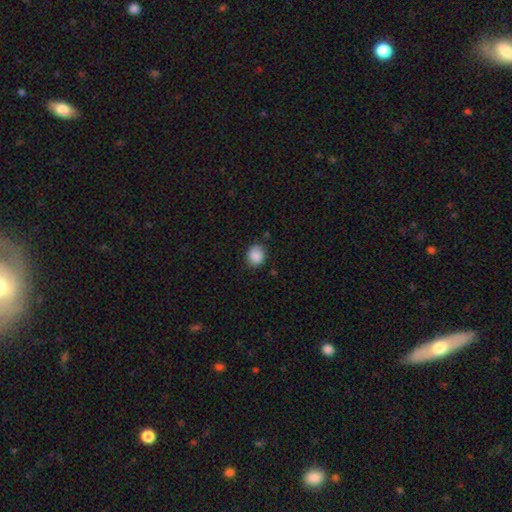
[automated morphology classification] type=smooth (88%); roundness=round (67%); merging=none (79%).